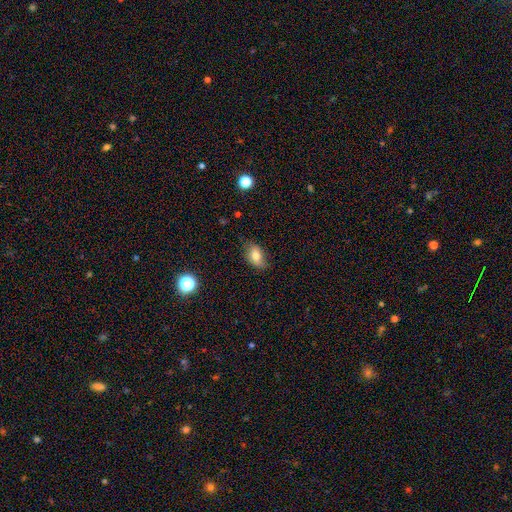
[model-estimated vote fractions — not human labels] Smooth or featured? smooth (74%)
How rounded? in between (86%)
Merging? none (70%)